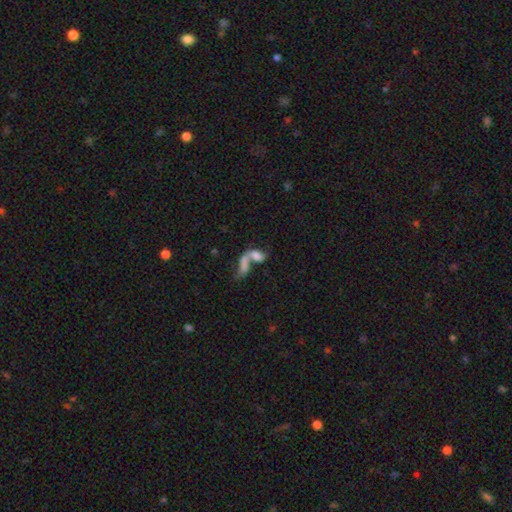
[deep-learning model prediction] Morphology: type=smooth (59%); roundness=in between (76%); merging=merger (71%).